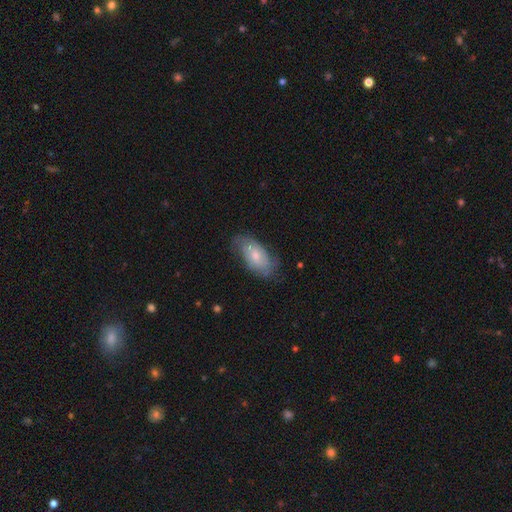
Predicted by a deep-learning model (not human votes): A smooth galaxy with no disk features (51%) that is in between round and cigar-shaped (91%).

Vote fractions:
- Smooth or featured? smooth: 51% / featured or disk: 42% / star or artifact: 6%
- How rounded? in between: 91% / cigar-shaped: 6% / round: 3%
- Merging? none: 65% / minor disturbance: 26% / major disturbance: 8% / merger: 1%